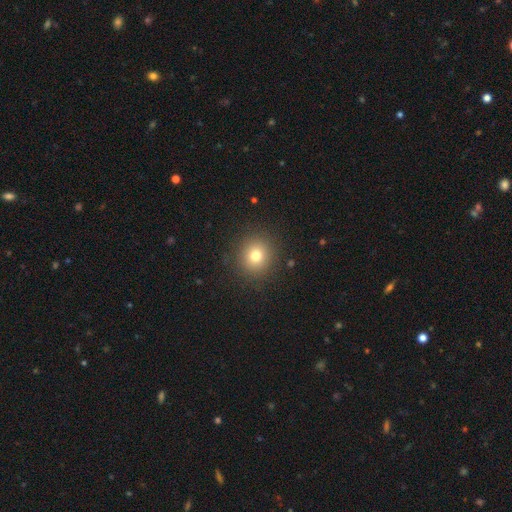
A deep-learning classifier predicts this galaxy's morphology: Smooth or featured?
  - smooth: 77% *
  - star or artifact: 14%
  - featured or disk: 9%
How rounded?
  - round: 88% *
  - in between: 11%
  - cigar-shaped: 1%
Merging?
  - none: 89% *
  - minor disturbance: 7%
  - major disturbance: 3%
  - merger: 1%